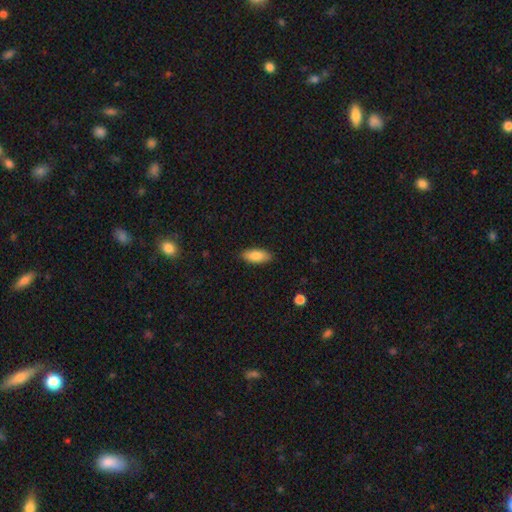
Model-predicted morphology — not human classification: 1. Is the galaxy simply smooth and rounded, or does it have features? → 85% smooth, 9% featured or disk, 6% star or artifact.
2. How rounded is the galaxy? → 84% in between, 14% cigar-shaped, 2% round.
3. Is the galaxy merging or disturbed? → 88% none, 9% minor disturbance, 2% major disturbance, 1% merger.